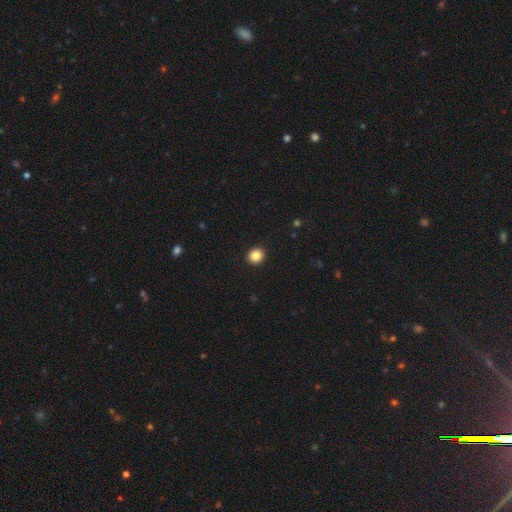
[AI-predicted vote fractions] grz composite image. It shows a smooth galaxy with no disk features (85%) that is round (91%). Merging: none (93%).